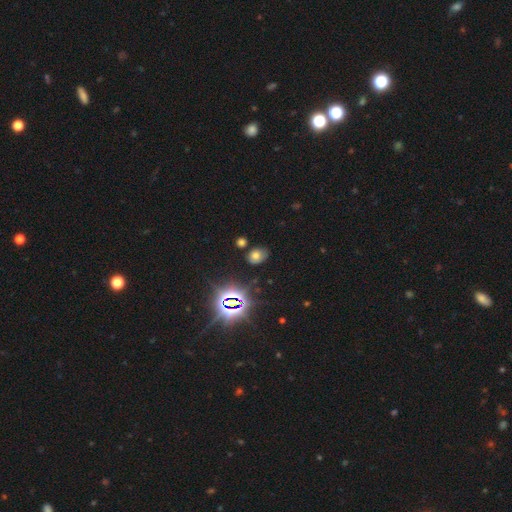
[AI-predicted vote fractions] This appears to be a smooth galaxy with no disk features (54%) that is in between round and cigar-shaped (62%). Merging: none (73%).